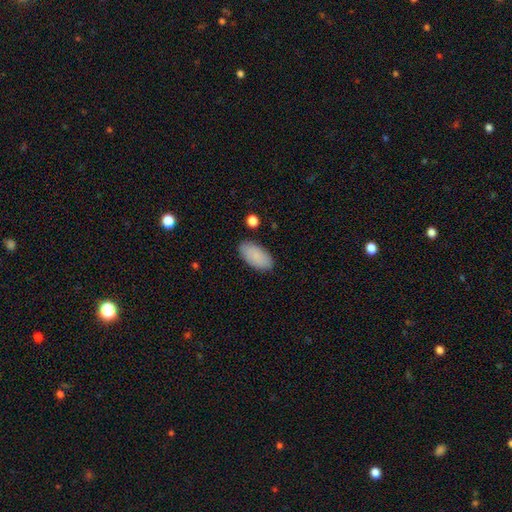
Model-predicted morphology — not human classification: type=smooth (86%); roundness=in between (95%); merging=none (85%).